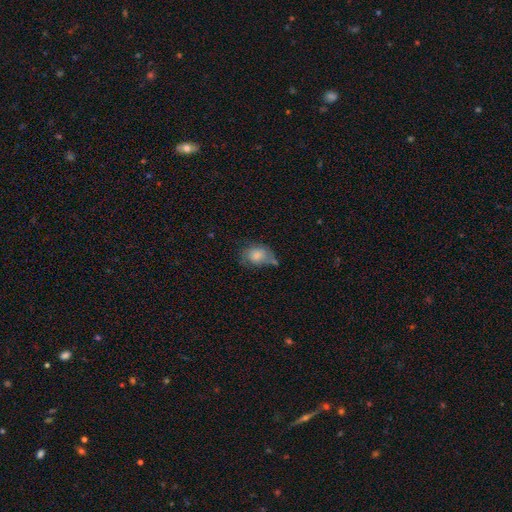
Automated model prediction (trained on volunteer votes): Smooth or featured: smooth — 69% (featured or disk — 20%)
How rounded: in between — 70% (round — 29%)
Merging: none — 46% (minor disturbance — 31%)